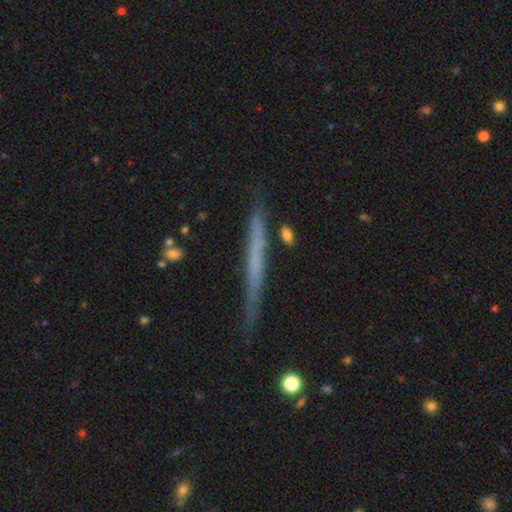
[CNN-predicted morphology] type=featured or disk (49%); merging=none (83%).